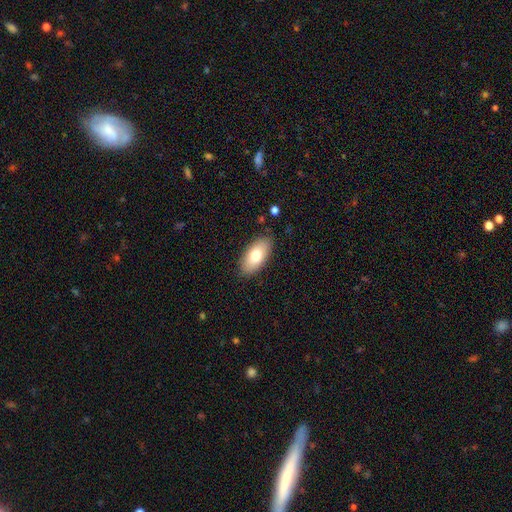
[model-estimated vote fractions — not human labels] Morphology: type=smooth (74%); roundness=in between (92%); merging=none (85%).